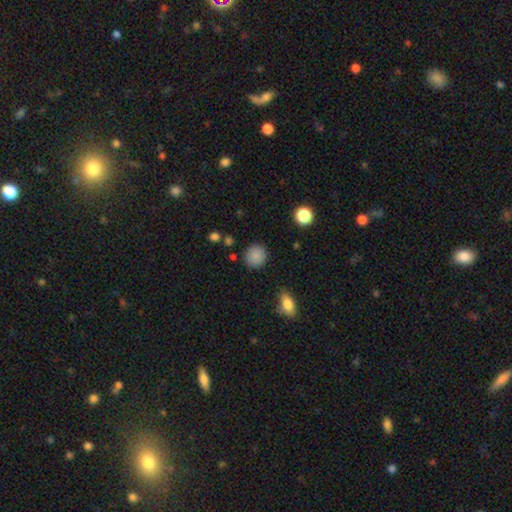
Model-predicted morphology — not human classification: Overall: smooth (87%). How rounded: round (91%). Merging: none (88%).